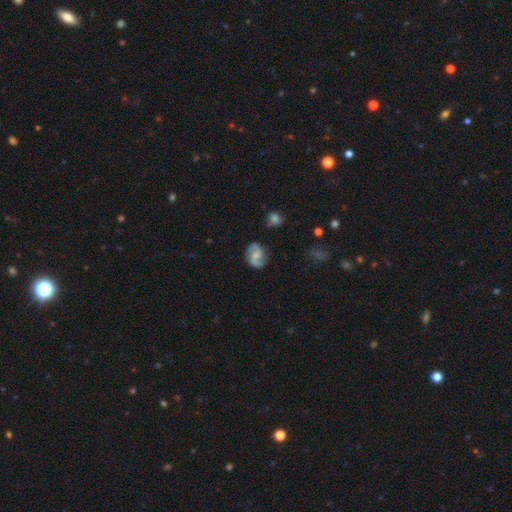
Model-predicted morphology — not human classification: featured or disk 83%, smooth 11%, star or artifact 5%. Down the decision tree: edge-on disk — no (98%); bar — weak (45%); spiral arms — yes (96%); spiral arm count — 2 (92%); spiral winding — medium (51%); bulge size — small (40%); merging — none (78%).